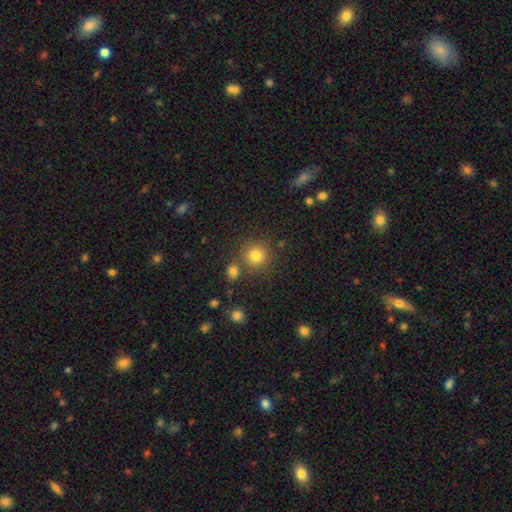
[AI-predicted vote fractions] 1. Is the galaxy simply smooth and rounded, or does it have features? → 81% smooth, 13% star or artifact, 6% featured or disk.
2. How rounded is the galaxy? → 91% round, 8% in between, 1% cigar-shaped.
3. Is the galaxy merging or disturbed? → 76% none, 12% merger, 8% minor disturbance, 3% major disturbance.